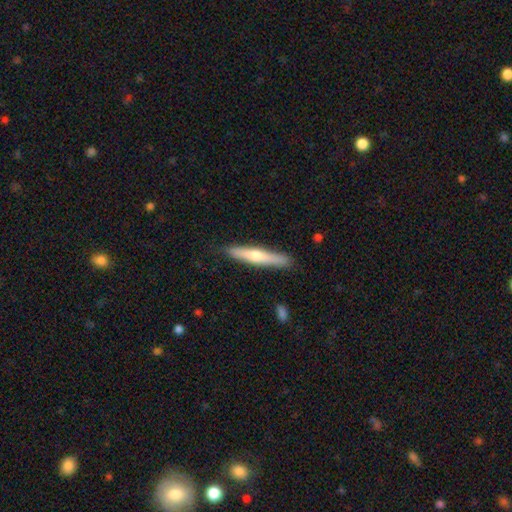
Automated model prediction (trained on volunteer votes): Morphology: type=smooth (48%); merging=none (88%).